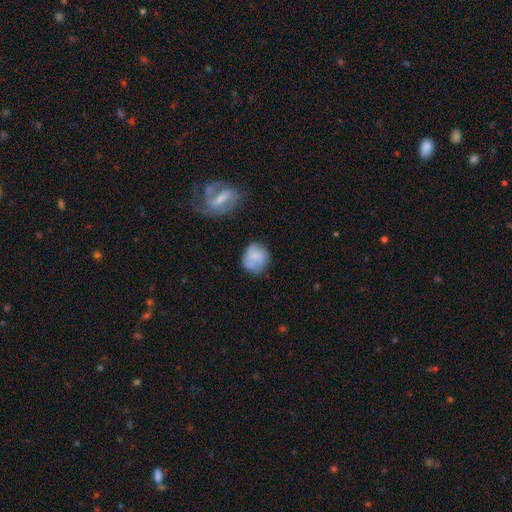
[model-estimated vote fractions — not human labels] smooth_or_featured: smooth (p=0.59) [alt: featured or disk p=0.33]
how_rounded: round (p=0.75) [alt: in between p=0.24]
merging: none (p=0.62) [alt: minor disturbance p=0.24]